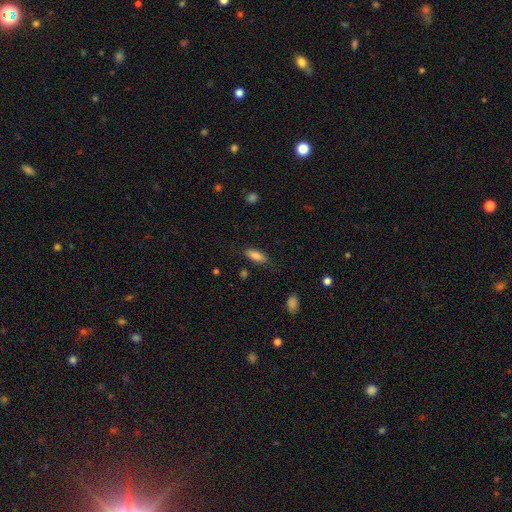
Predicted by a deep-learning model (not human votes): smooth 84%, featured or disk 9%, star or artifact 8%. Down the decision tree: how rounded — in between (75%); merging — none (80%).